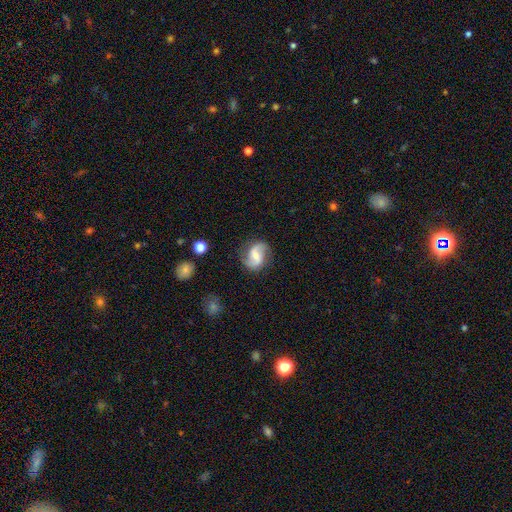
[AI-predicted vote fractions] Smooth or featured? featured or disk (82%)
Edge-on disk? no (98%)
Bar? weak (47%)
Spiral arms? yes (96%)
Spiral winding? loose (51%)
Spiral arm count? 2 (92%)
Bulge size? moderate (43%)
Merging? none (80%)